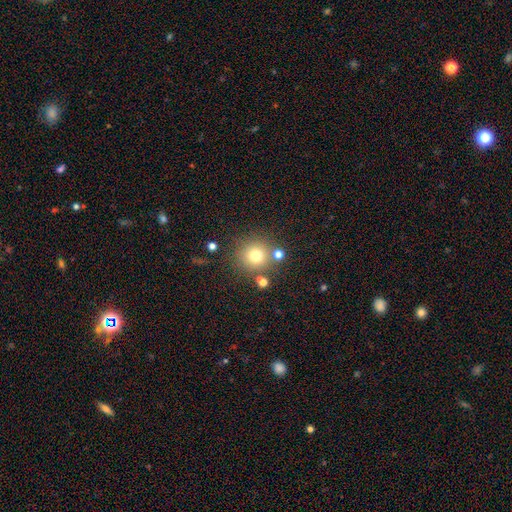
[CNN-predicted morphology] Q: Smooth or featured?
A: smooth (74%); runner-up: star or artifact (16%)
Q: How rounded?
A: round (93%); runner-up: in between (6%)
Q: Merging?
A: none (77%); runner-up: merger (10%)